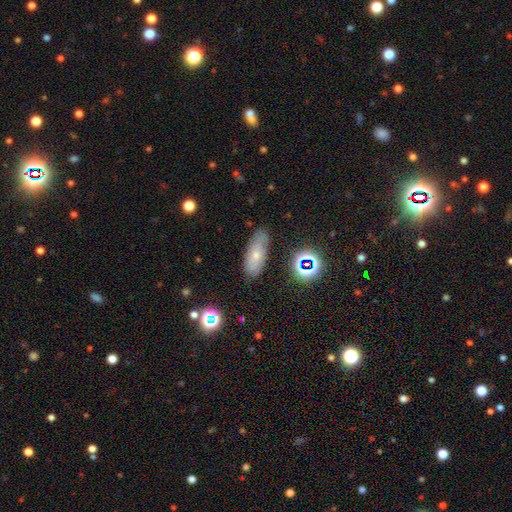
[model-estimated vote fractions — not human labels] This is likely a smooth galaxy (60%). How rounded: likely in between (75%). Merging: likely none (75%).